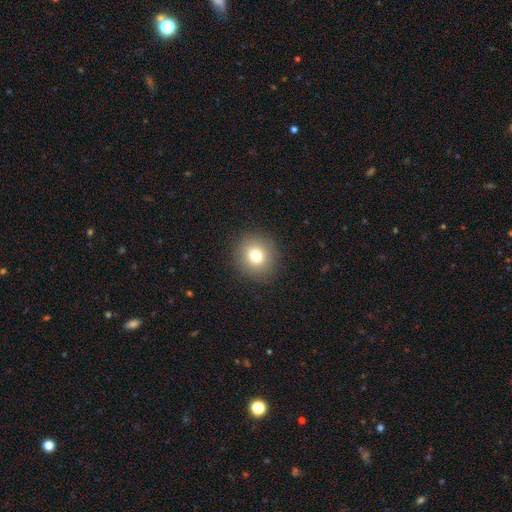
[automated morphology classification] smooth-or-featured: smooth: 77% | star or artifact: 12% | featured or disk: 10%
  how-rounded: round: 87% | in between: 12% | cigar-shaped: 1%
  merging: none: 90% | minor disturbance: 6% | major disturbance: 3% | merger: 1%